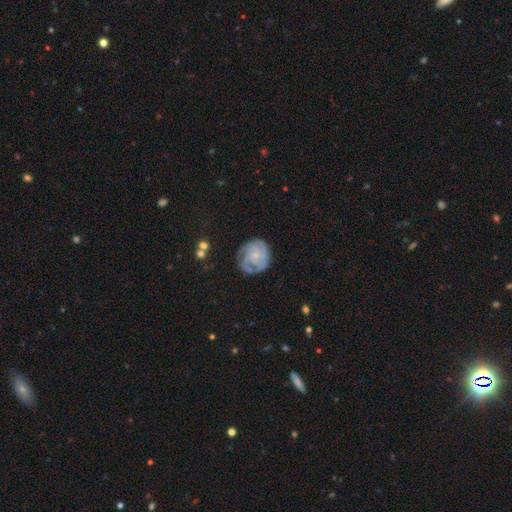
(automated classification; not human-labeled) smooth_or_featured: featured or disk (p=0.81) [alt: smooth p=0.13]
disk_edge_on: no (p=0.98) [alt: yes p=0.02]
bar: no (p=0.72) [alt: weak p=0.24]
has_spiral_arms: yes (p=0.95) [alt: no p=0.05]
spiral_winding: tight (p=0.64) [alt: medium p=0.30]
spiral_arm_count: 3 (p=0.43) [alt: can't tell p=0.20]
bulge_size: small (p=0.64) [alt: moderate p=0.21]
merging: none (p=0.69) [alt: minor disturbance p=0.20]